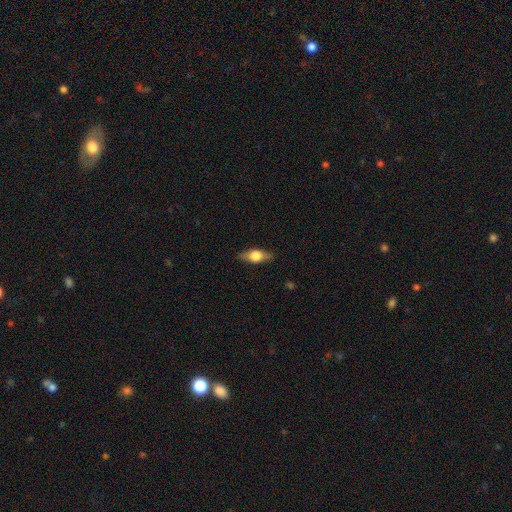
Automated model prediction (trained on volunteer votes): smooth_or_featured: smooth (p=0.49) [alt: featured or disk p=0.44]
merging: none (p=0.84) [alt: minor disturbance p=0.13]